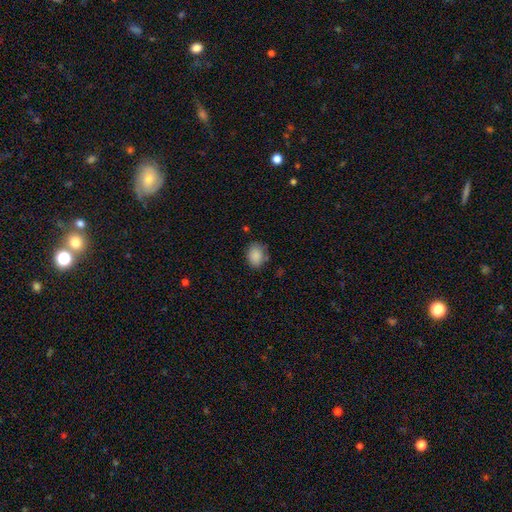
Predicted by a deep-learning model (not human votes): This appears to be a smooth galaxy with no disk features (88%) that is in between round and cigar-shaped (65%). Merging: none (76%).